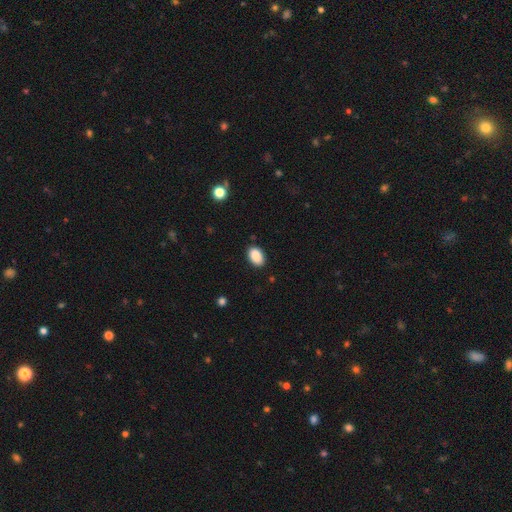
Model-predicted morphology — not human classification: Overall: smooth (90%). How rounded: in between (89%). Merging: none (87%).